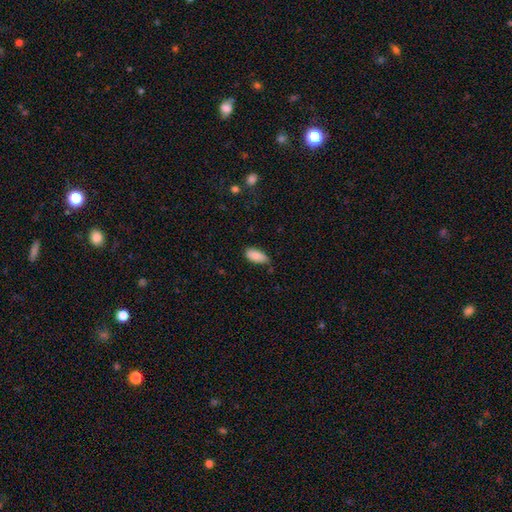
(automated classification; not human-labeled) This appears to be a smooth galaxy with no disk features (85%) that is in between round and cigar-shaped (90%). Merging: none (59%).